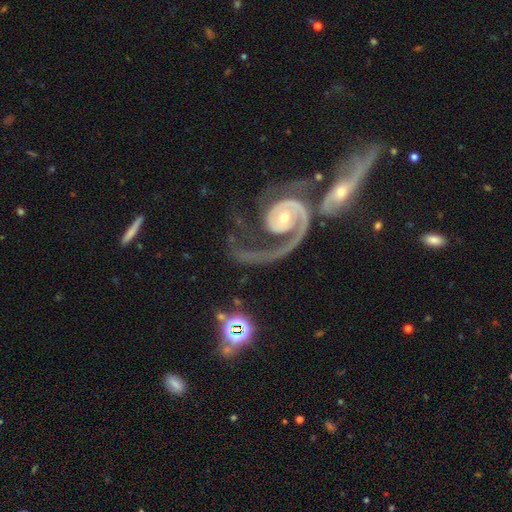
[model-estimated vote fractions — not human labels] Smooth or featured?
  - featured or disk: 90% *
  - star or artifact: 5%
  - smooth: 5%
Edge-on disk?
  - no: 96% *
  - yes: 4%
Bar?
  - no: 65% *
  - weak: 24%
  - strong: 11%
Spiral arms?
  - yes: 95% *
  - no: 5%
Spiral winding?
  - tight: 43% *
  - medium: 40%
  - loose: 17%
Spiral arm count?
  - 2: 52% *
  - 1: 34%
  - can't tell: 6%
  - 3: 4%
  - 4: 2%
  - more than 4: 2%
Bulge size?
  - small: 48% *
  - moderate: 45%
  - large: 4%
  - none: 3%
  - dominant: 2%
Merging?
  - merger: 40% *
  - none: 29%
  - major disturbance: 19%
  - minor disturbance: 12%